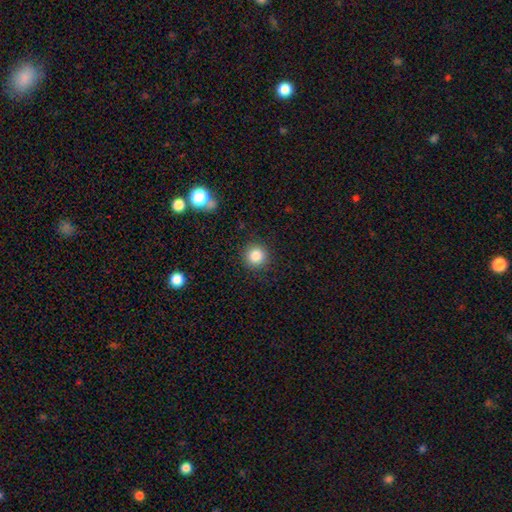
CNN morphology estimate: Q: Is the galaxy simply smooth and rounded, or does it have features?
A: smooth — 85%.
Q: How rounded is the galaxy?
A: round — 93%.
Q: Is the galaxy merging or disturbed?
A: none — 90%.